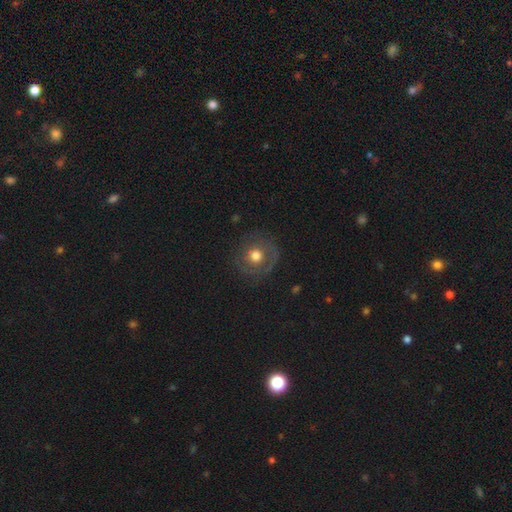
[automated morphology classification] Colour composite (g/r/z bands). It shows a smooth galaxy with no disk features (54%) that is round (92%). Merging: none (77%).